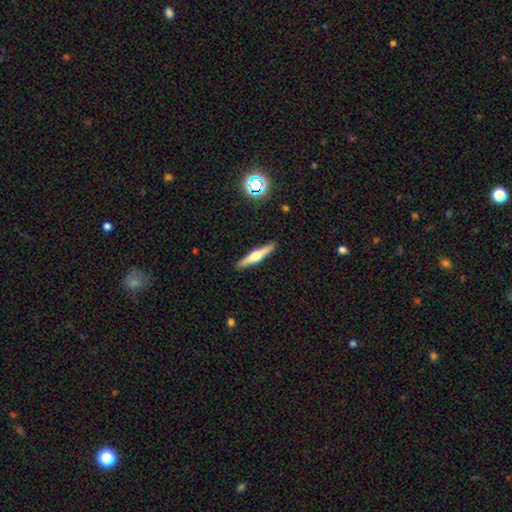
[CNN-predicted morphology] smooth_or_featured: featured or disk (p=0.61) [alt: smooth p=0.32]
disk_edge_on: yes (p=0.97) [alt: no p=0.03]
edge_on_bulge: rounded (p=0.89) [alt: boxy p=0.07]
merging: none (p=0.91) [alt: minor disturbance p=0.07]